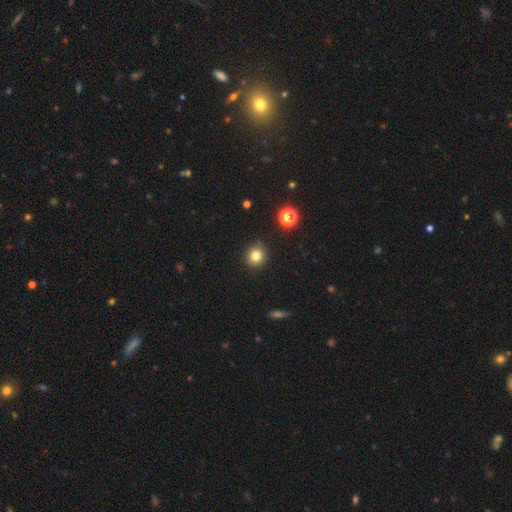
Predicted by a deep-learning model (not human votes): A smooth galaxy with no disk features (80%) that is round (90%). Merging: none (89%).